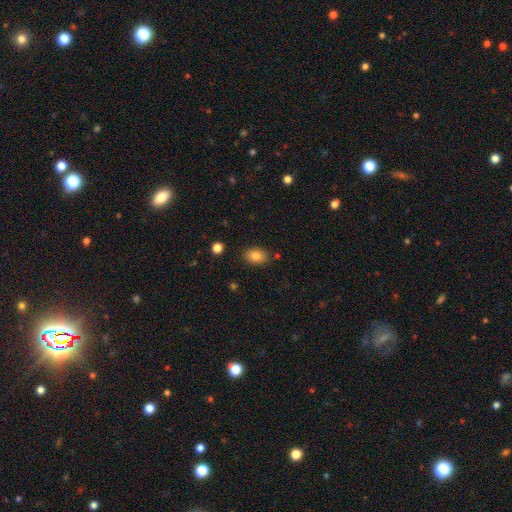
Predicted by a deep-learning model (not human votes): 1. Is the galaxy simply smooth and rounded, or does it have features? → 84% smooth, 9% star or artifact, 7% featured or disk.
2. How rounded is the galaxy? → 83% in between, 15% round, 1% cigar-shaped.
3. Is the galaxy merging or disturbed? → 84% none, 11% minor disturbance, 3% major disturbance, 2% merger.